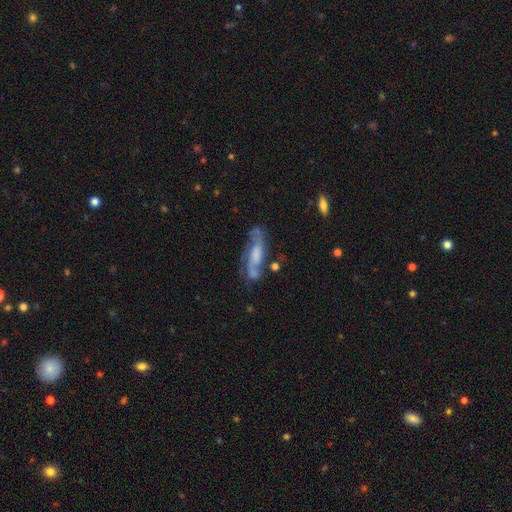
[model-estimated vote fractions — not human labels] Smooth or featured? Predicted: featured or disk (p=0.72). Edge-on disk? Predicted: no (p=0.79). Bar? Predicted: no (p=0.48). Spiral arms? Predicted: yes (p=0.88). Bulge size? Predicted: moderate (p=0.31). Merging? Predicted: none (p=0.60).